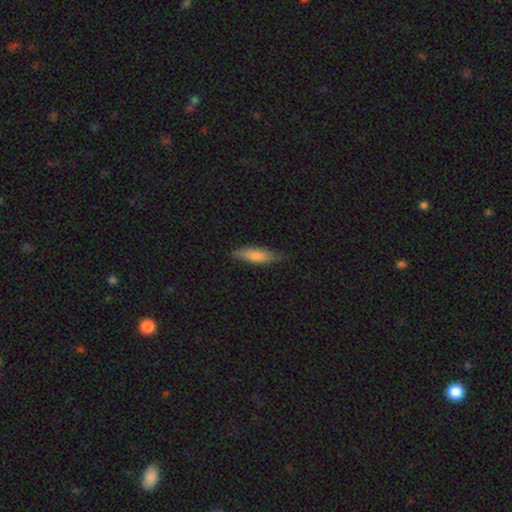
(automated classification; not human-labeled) smooth-or-featured: smooth: 76% | featured or disk: 18% | star or artifact: 6%
  how-rounded: cigar-shaped: 57% | in between: 41% | round: 2%
  merging: none: 78% | minor disturbance: 18% | major disturbance: 3% | merger: 1%